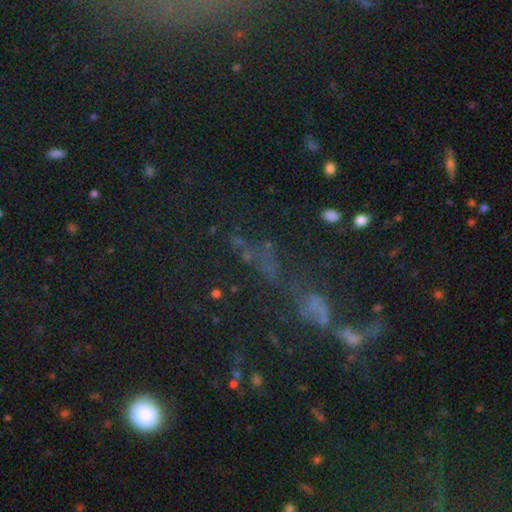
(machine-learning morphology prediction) This appears to be a star or artifact, not a galaxy (58%).